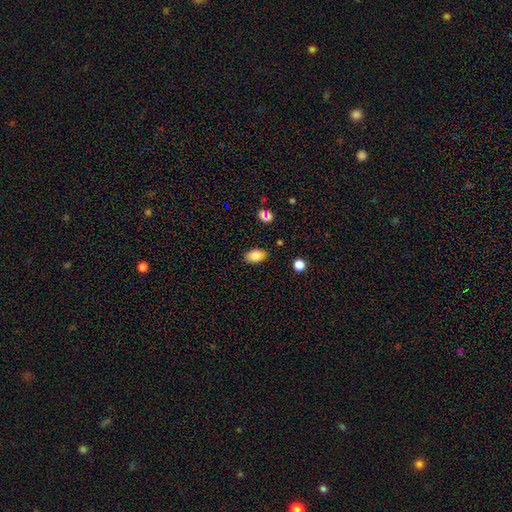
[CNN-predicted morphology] Q: Smooth or featured?
A: smooth (84%); runner-up: star or artifact (9%)
Q: How rounded?
A: in between (87%); runner-up: round (11%)
Q: Merging?
A: none (82%); runner-up: minor disturbance (14%)